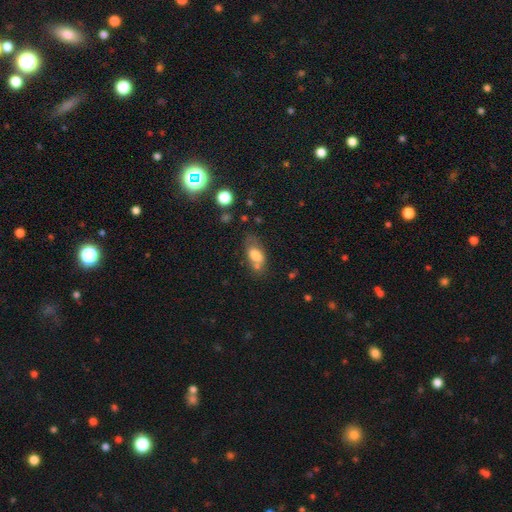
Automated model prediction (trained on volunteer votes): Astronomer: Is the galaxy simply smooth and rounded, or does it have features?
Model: smooth — 72%.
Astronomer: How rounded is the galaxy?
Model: in between — 85%.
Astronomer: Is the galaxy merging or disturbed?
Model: none — 46% (runner-up: merger, 23%).